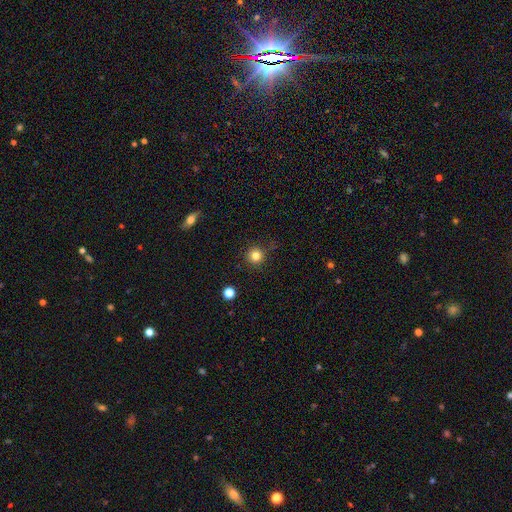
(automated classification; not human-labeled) This is clearly a smooth galaxy (82%). How rounded: clearly round (94%). Merging: clearly none (87%).